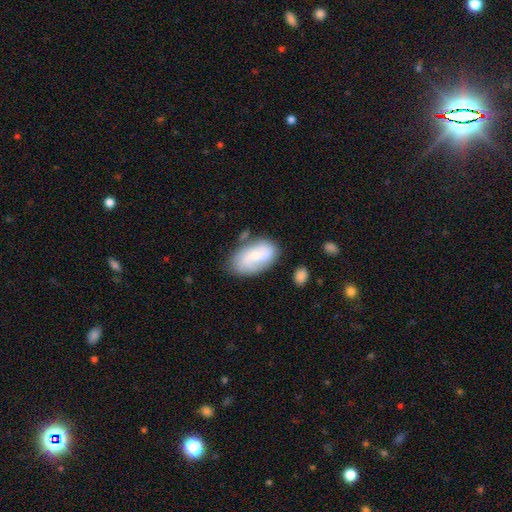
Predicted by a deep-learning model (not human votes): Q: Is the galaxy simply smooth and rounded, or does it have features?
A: smooth — 53%.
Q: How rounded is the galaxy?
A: in between — 92%.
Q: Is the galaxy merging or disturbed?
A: none — 66%.